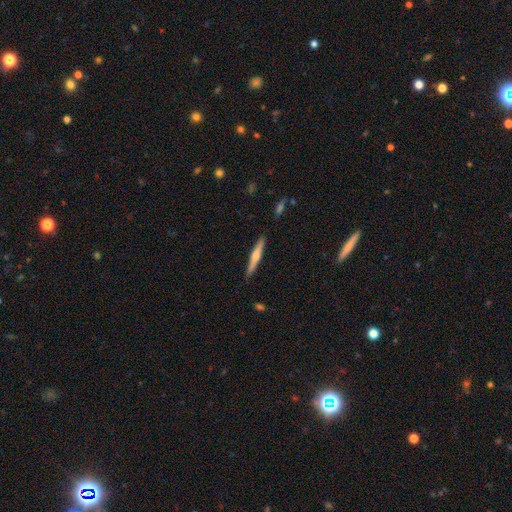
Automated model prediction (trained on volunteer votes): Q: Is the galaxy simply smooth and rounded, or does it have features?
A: featured or disk — 56%.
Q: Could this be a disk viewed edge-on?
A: yes — 97%.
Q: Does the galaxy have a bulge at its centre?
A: rounded — 83%.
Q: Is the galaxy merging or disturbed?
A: none — 89%.